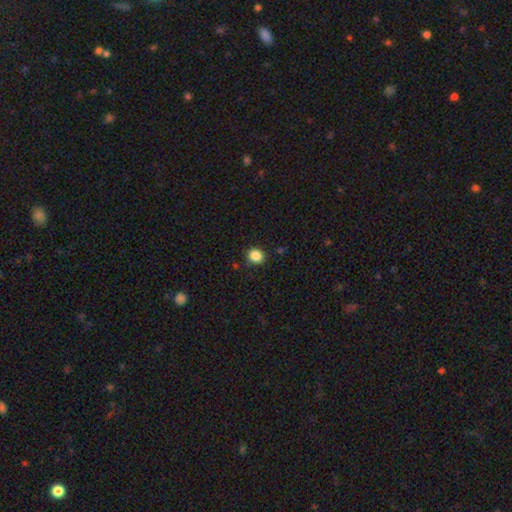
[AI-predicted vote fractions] A smooth galaxy with no disk features (86%) that is round (71%). Merging: none (87%).